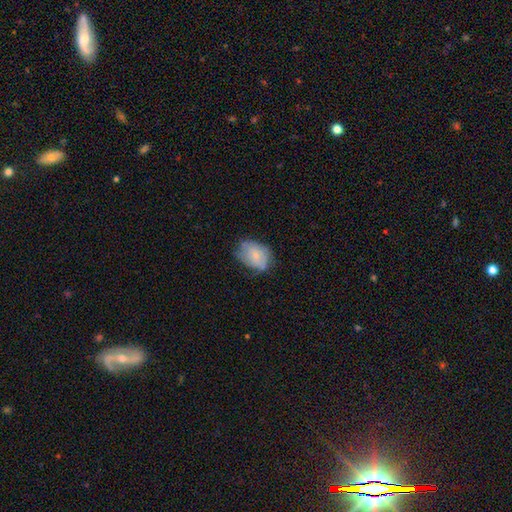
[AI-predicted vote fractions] smooth-or-featured: smooth: 64% | featured or disk: 28% | star or artifact: 8%
  how-rounded: in between: 74% | round: 25% | cigar-shaped: 1%
  merging: none: 51% | minor disturbance: 36% | major disturbance: 11% | merger: 2%